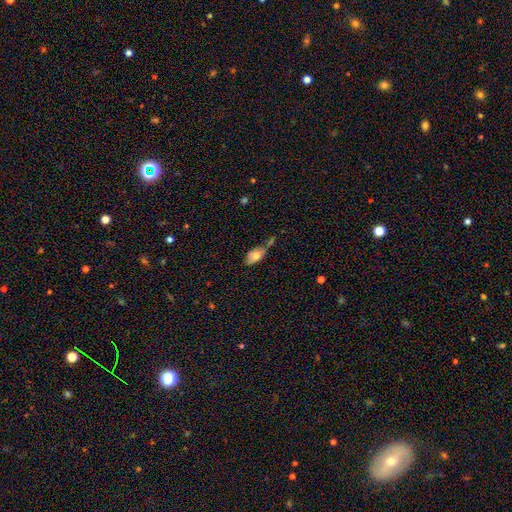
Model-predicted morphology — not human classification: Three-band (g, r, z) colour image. It shows a smooth galaxy with no disk features (69%) that is in between round and cigar-shaped (90%). Merging: none (45%).